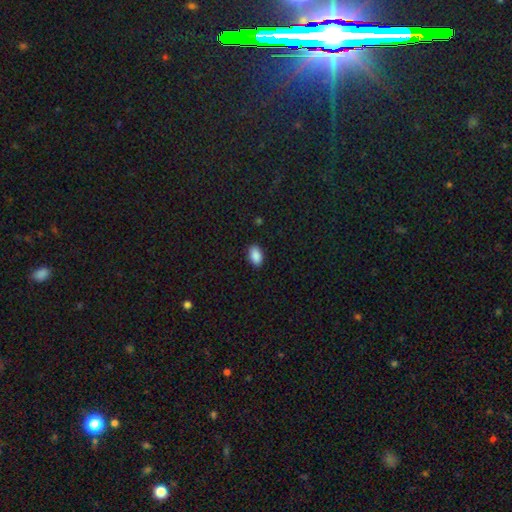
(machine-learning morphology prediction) Smooth or featured? smooth (89%)
How rounded? in between (92%)
Merging? none (88%)